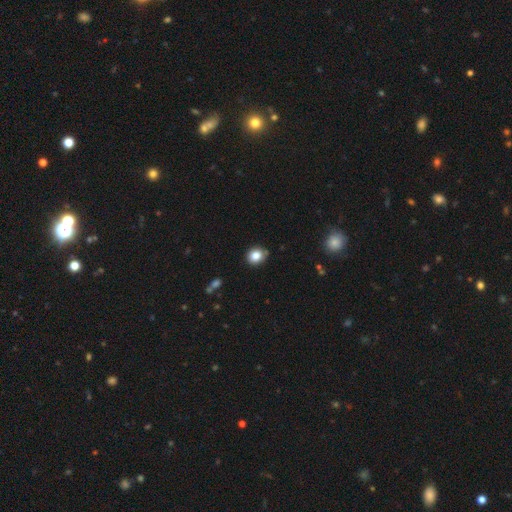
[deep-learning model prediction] Smooth or featured?
  - smooth: 83% *
  - star or artifact: 10%
  - featured or disk: 7%
How rounded?
  - round: 71% *
  - in between: 28%
  - cigar-shaped: 1%
Merging?
  - none: 82% *
  - minor disturbance: 14%
  - major disturbance: 2%
  - merger: 2%